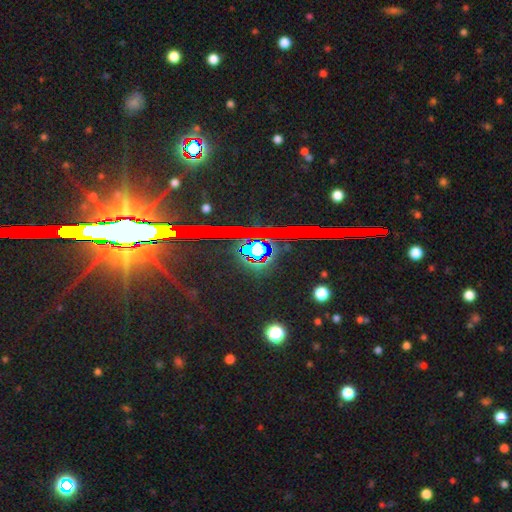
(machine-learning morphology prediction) smooth_or_featured: star or artifact (p=0.80) [alt: featured or disk p=0.10]